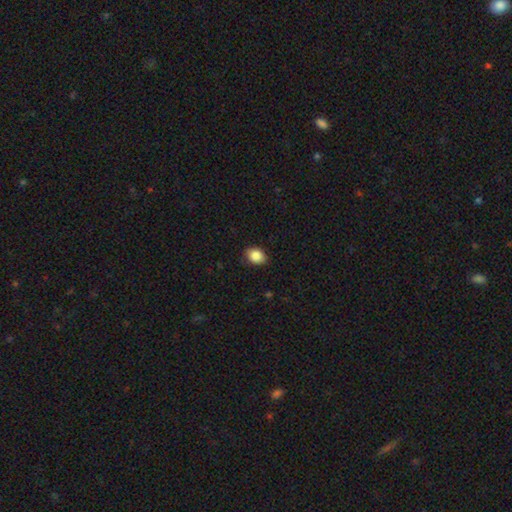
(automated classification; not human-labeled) smooth-or-featured: smooth: 87% | star or artifact: 8% | featured or disk: 5%
  how-rounded: in between: 60% | round: 39% | cigar-shaped: 1%
  merging: none: 84% | minor disturbance: 13% | major disturbance: 2% | merger: 1%